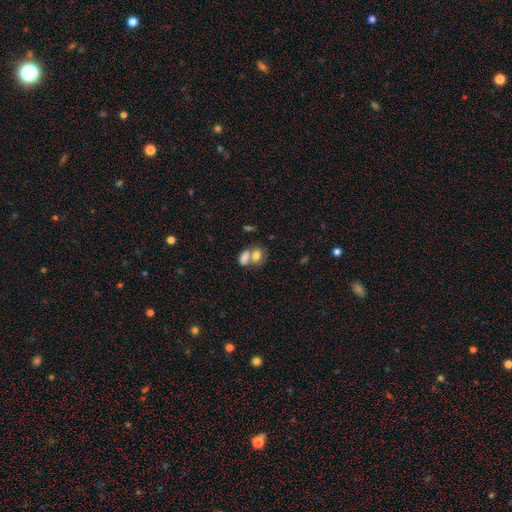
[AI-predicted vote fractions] This is likely a smooth galaxy (76%). How rounded: likely in between (73%). Merging: likely merger (62%).